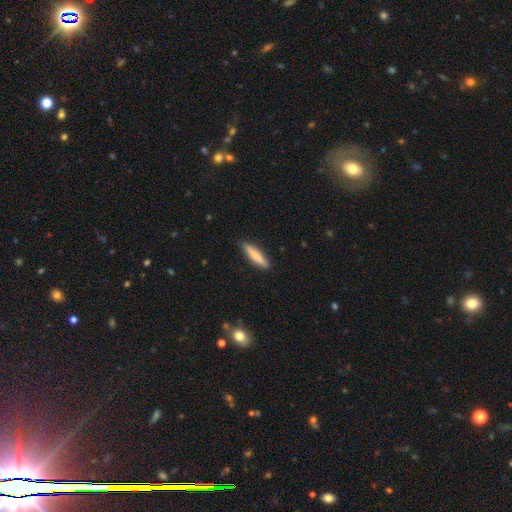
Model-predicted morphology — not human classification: Smooth or featured: smooth — 69% (featured or disk — 25%)
How rounded: cigar-shaped — 81% (in between — 18%)
Merging: none — 87% (minor disturbance — 10%)